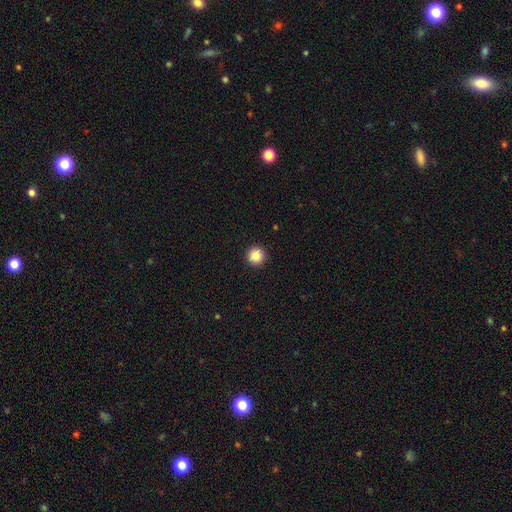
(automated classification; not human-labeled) This is clearly a smooth galaxy (87%). How rounded: clearly round (96%). Merging: clearly none (93%).